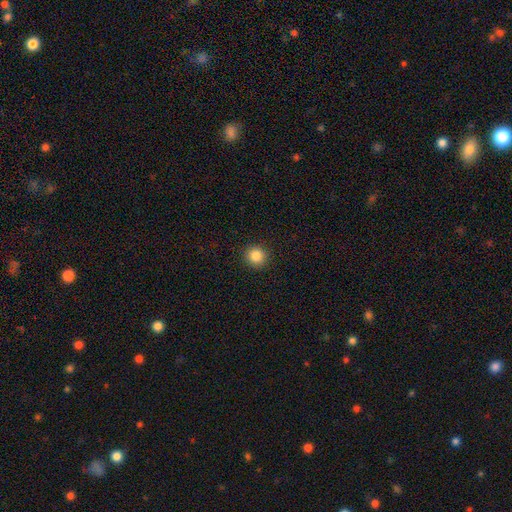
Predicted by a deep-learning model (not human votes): Morphology: type=smooth (86%); roundness=round (91%); merging=none (92%).